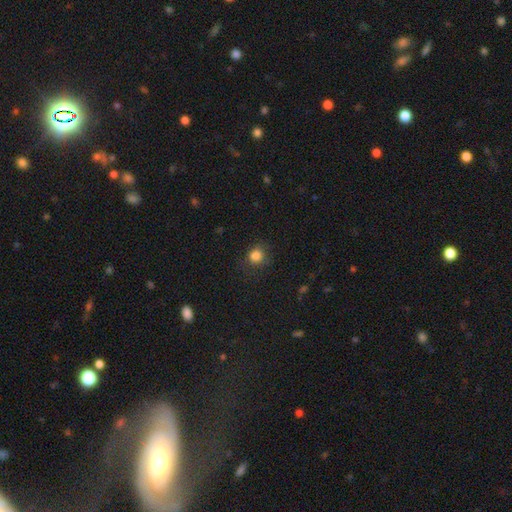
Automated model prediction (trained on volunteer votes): Smooth or featured?
  - smooth: 83% *
  - star or artifact: 12%
  - featured or disk: 5%
How rounded?
  - round: 82% *
  - in between: 17%
  - cigar-shaped: 1%
Merging?
  - none: 77% *
  - minor disturbance: 15%
  - major disturbance: 6%
  - merger: 1%